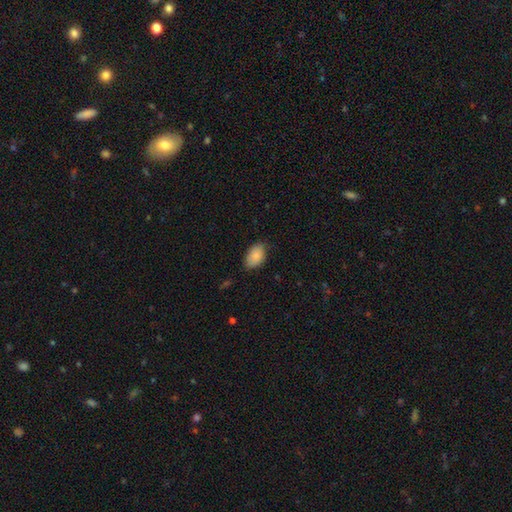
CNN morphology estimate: Smooth or featured? smooth (85%)
How rounded? in between (89%)
Merging? none (72%)